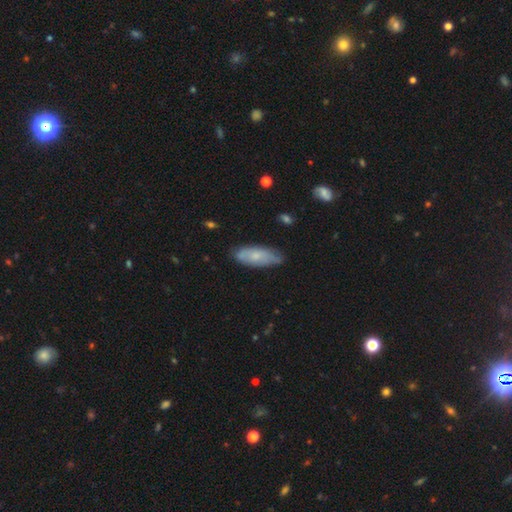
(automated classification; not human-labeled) smooth_or_featured: smooth (p=0.62) [alt: featured or disk p=0.32]
how_rounded: in between (p=0.73) [alt: cigar-shaped p=0.25]
merging: none (p=0.69) [alt: minor disturbance p=0.25]